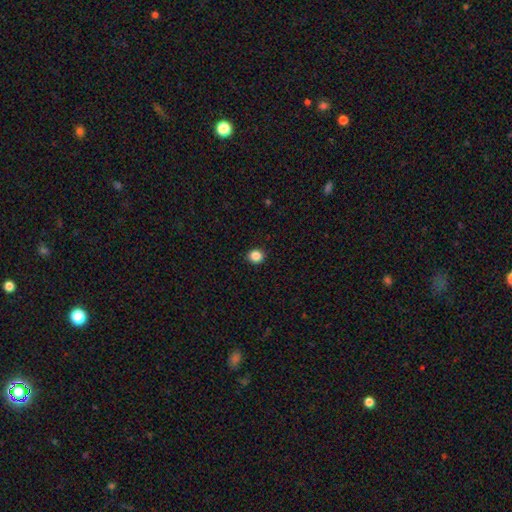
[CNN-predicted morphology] The model was most divided on "how rounded": round: 87%, in between: 12%, cigar-shaped: 1%. More confident: merging — none (92%); smooth or featured — smooth (86%).